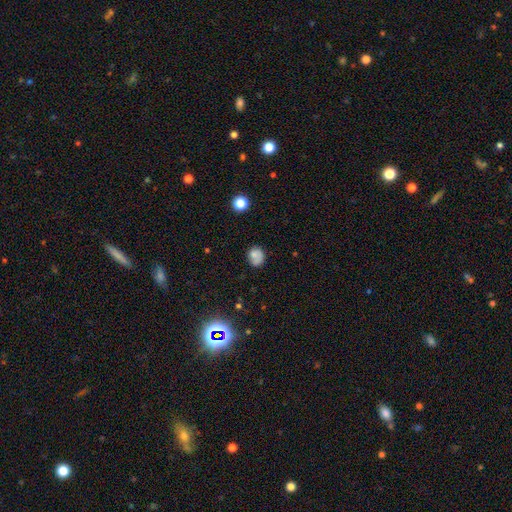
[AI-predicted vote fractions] smooth_or_featured: smooth (p=0.71) [alt: featured or disk p=0.16]
how_rounded: round (p=0.61) [alt: in between p=0.38]
merging: none (p=0.61) [alt: minor disturbance p=0.23]